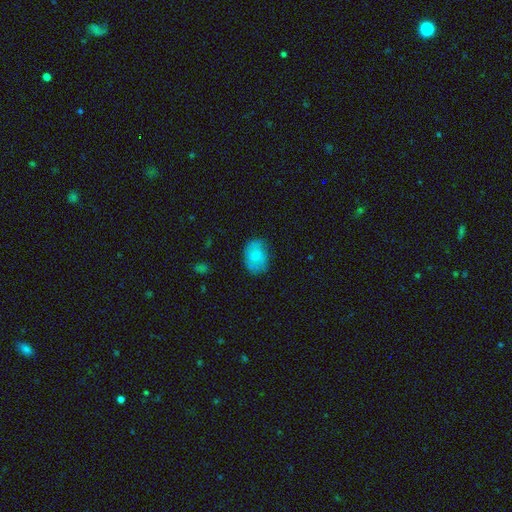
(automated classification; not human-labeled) Smooth or featured?
  - smooth: 76% *
  - featured or disk: 17%
  - star or artifact: 7%
How rounded?
  - in between: 72% *
  - round: 27%
  - cigar-shaped: 1%
Merging?
  - none: 66% *
  - minor disturbance: 25%
  - major disturbance: 7%
  - merger: 1%